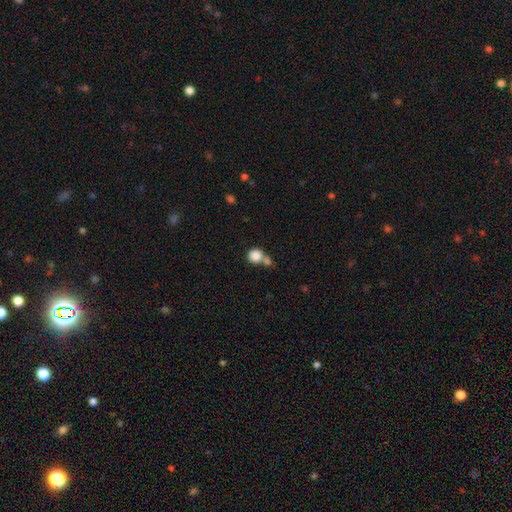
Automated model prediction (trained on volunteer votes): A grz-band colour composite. It shows a smooth galaxy with no disk features (85%) that is round (88%). Merging: merger (43%, tied with none).